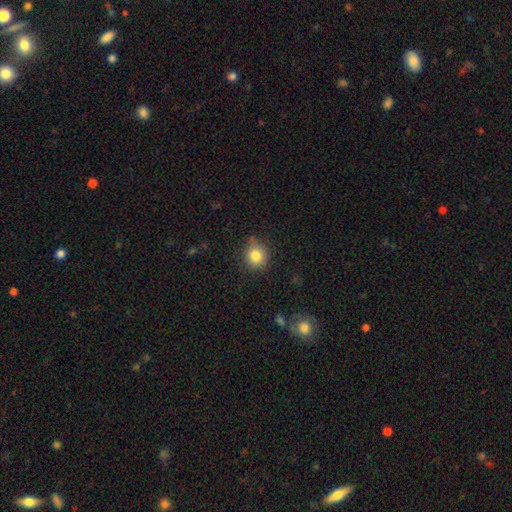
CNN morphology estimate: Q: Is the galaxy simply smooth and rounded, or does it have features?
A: smooth — 83%.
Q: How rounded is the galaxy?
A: round — 90%.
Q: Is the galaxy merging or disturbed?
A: none — 81%.